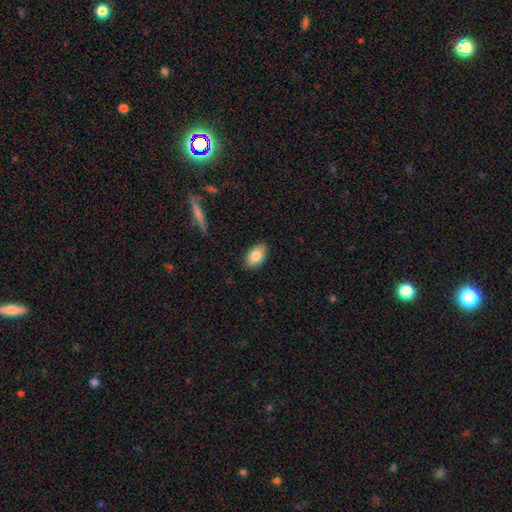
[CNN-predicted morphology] A smooth galaxy with no disk features (83%) that is in between round and cigar-shaped (92%). Merging: none (87%).